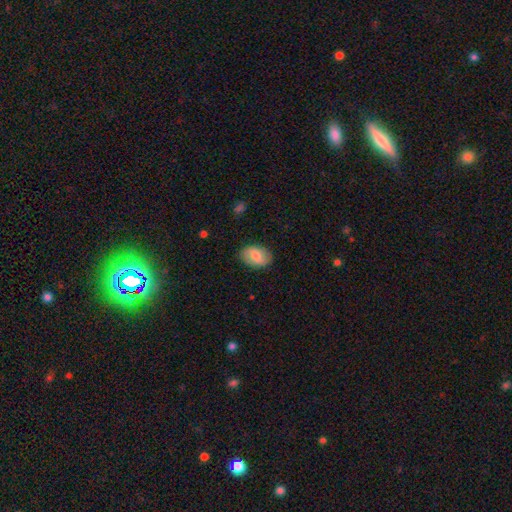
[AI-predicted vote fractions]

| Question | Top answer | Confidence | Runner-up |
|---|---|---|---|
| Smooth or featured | smooth | 69% | featured or disk (25%) |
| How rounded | in between | 86% | round (13%) |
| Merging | none | 84% | minor disturbance (12%) |